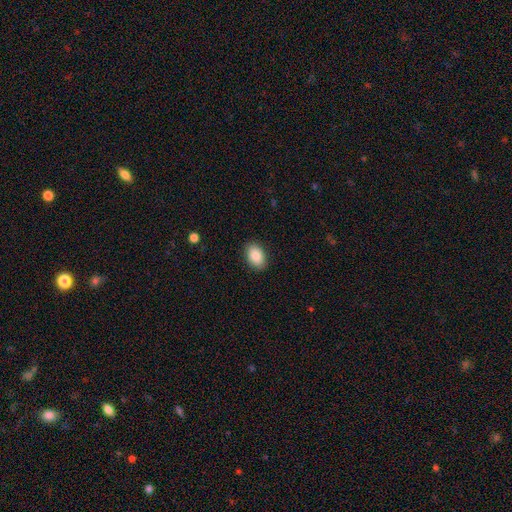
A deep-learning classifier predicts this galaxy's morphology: Smooth or featured: smooth — 88% (star or artifact — 7%)
How rounded: in between — 87% (round — 12%)
Merging: none — 88% (minor disturbance — 9%)